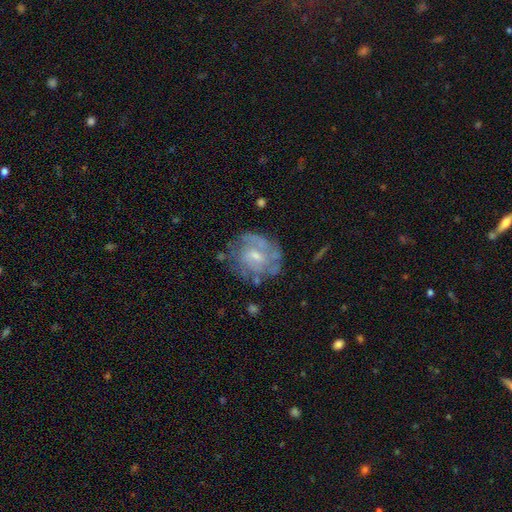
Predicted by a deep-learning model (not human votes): featured or disk 69%, smooth 23%, star or artifact 8%. Down the decision tree: edge-on disk — no (97%); bar — weak (49%); spiral arms — yes (70%); bulge size — small (49%); merging — none (62%).